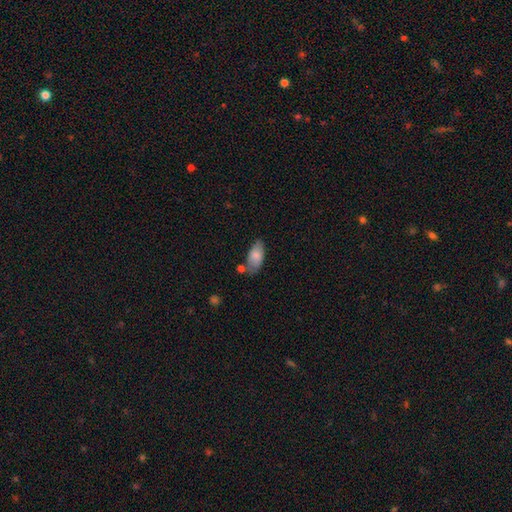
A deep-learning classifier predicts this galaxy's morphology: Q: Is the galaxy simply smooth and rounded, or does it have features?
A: smooth — 80%.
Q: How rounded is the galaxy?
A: in between — 91%.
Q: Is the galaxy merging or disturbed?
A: none — 61%.